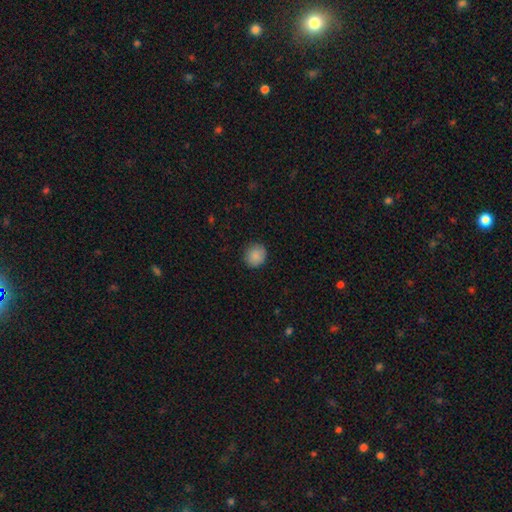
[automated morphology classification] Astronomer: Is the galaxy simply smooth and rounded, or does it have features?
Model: smooth — 87%.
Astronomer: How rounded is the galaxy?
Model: round — 84%.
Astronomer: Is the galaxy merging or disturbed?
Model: none — 88%.